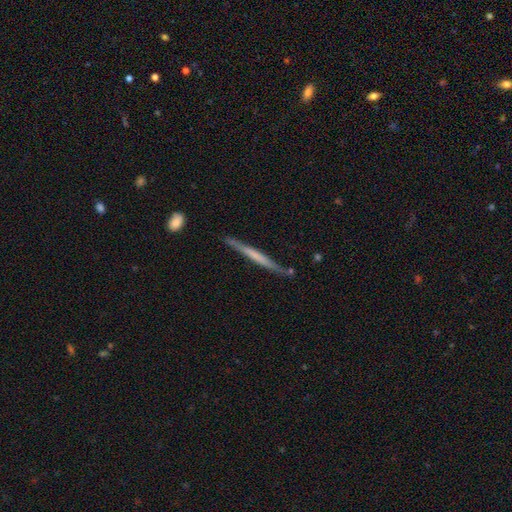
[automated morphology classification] featured or disk 53%, smooth 41%, star or artifact 5%. Down the decision tree: edge-on disk — yes (96%); edge-on bulge — none (75%); merging — none (81%).